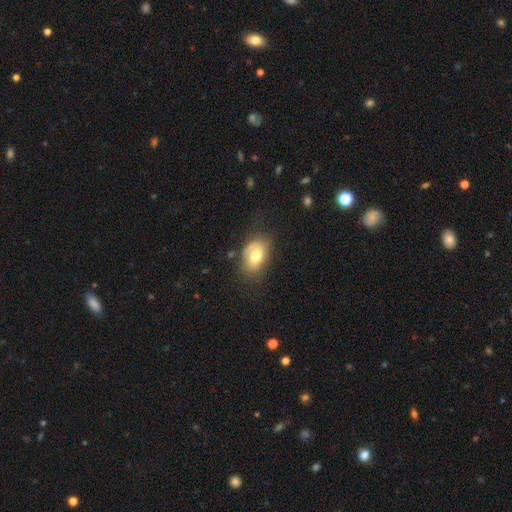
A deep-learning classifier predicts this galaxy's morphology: smooth_or_featured: smooth (p=0.64) [alt: featured or disk p=0.28]
how_rounded: in between (p=0.84) [alt: round p=0.14]
merging: none (p=0.60) [alt: minor disturbance p=0.26]